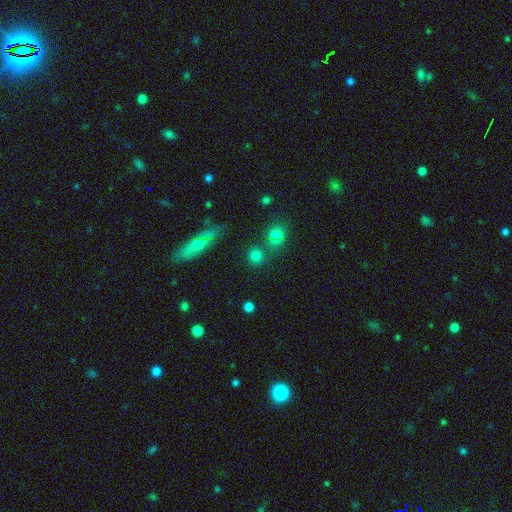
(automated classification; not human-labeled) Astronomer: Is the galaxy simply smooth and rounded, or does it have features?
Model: smooth — 77%.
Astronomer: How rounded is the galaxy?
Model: round — 88%.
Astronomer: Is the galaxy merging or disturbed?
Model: none — 71%.